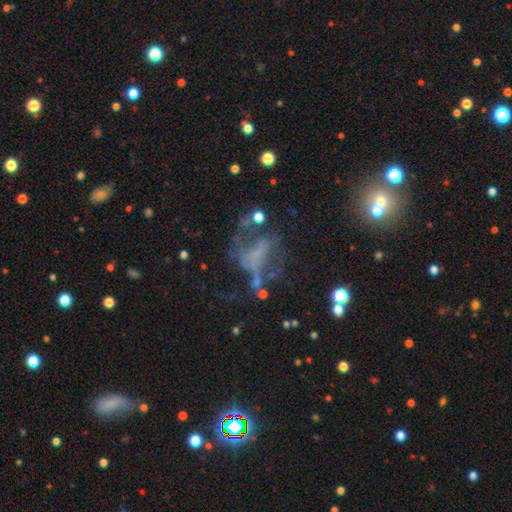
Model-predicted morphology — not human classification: This is possibly a featured or disk galaxy (58%). It is clearly not viewed edge-on (96%). Bar: likely no (62%). Spiral arm pattern: likely no (64%). Central bulge: likely none (65%). Merging: marginally major disturbance (42%).